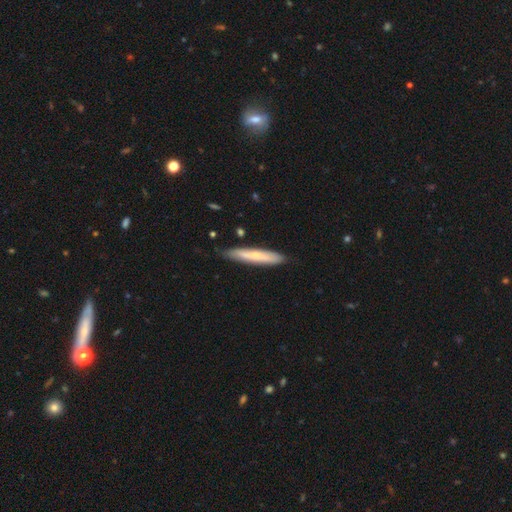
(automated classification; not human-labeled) Smooth or featured?
  - smooth: 64% *
  - featured or disk: 30%
  - star or artifact: 5%
How rounded?
  - cigar-shaped: 91% *
  - in between: 8%
  - round: 1%
Merging?
  - none: 80% *
  - minor disturbance: 16%
  - major disturbance: 2%
  - merger: 2%